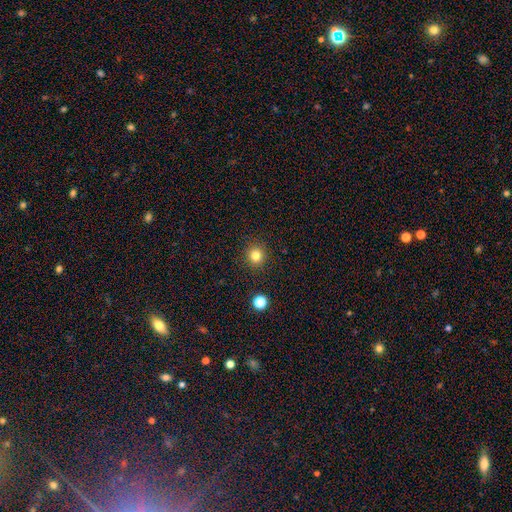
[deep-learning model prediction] smooth-or-featured: smooth: 81% | star or artifact: 14% | featured or disk: 5%
  how-rounded: round: 92% | in between: 7% | cigar-shaped: 1%
  merging: none: 91% | minor disturbance: 5% | major disturbance: 2% | merger: 1%